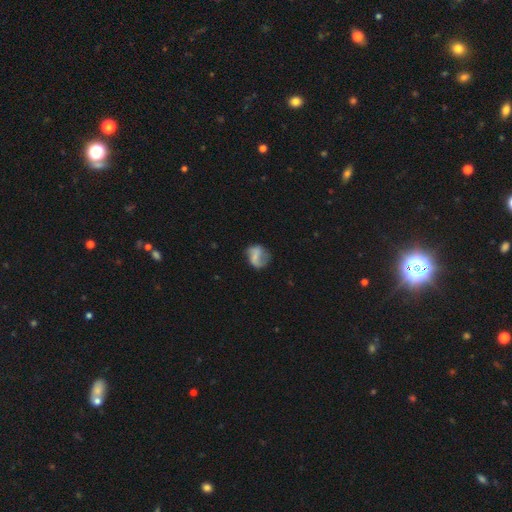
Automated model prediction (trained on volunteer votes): Smooth or featured?
  - featured or disk: 45% * (tied)
  - smooth: 45% * (tied)
  - star or artifact: 9%
Merging?
  - none: 52% *
  - minor disturbance: 26%
  - major disturbance: 19%
  - merger: 4%